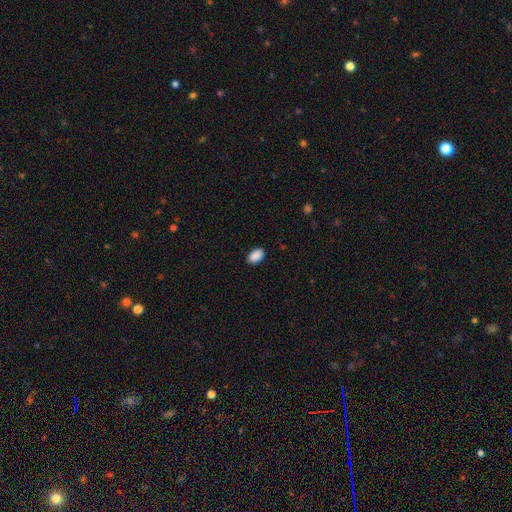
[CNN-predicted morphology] Smooth or featured? smooth (90%)
How rounded? in between (94%)
Merging? none (89%)